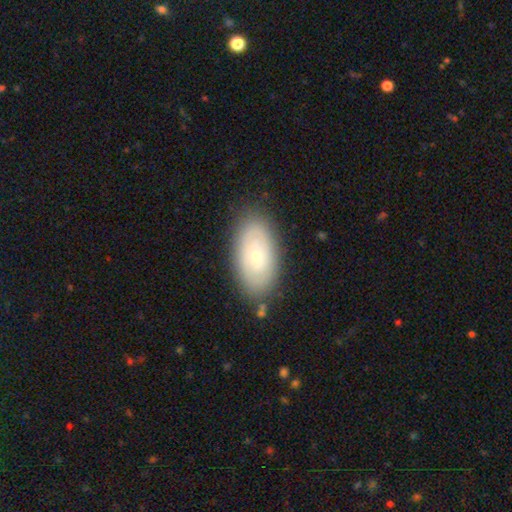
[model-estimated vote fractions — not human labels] Overall: smooth (55%; featured or disk 38%). How rounded: in between (93%). Merging: none (82%).